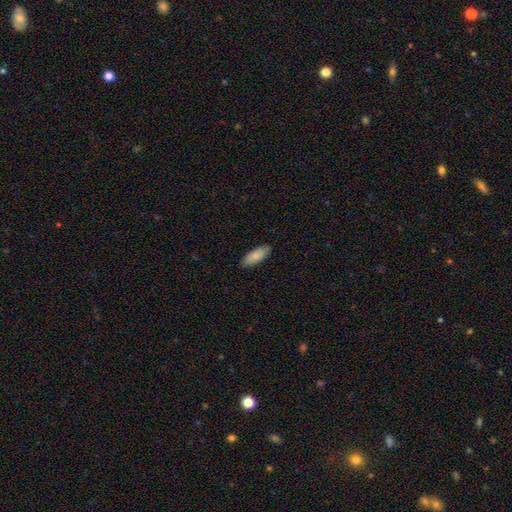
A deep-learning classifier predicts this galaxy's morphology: smooth-or-featured: smooth: 84% | featured or disk: 10% | star or artifact: 6%
  how-rounded: in between: 76% | cigar-shaped: 22% | round: 2%
  merging: none: 84% | minor disturbance: 12% | major disturbance: 2% | merger: 1%